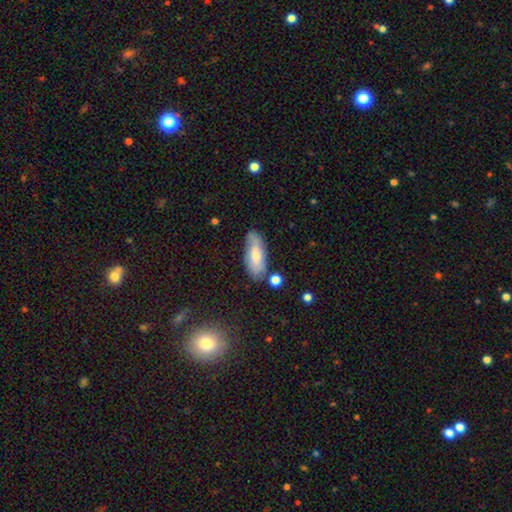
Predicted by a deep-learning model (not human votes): smooth-or-featured: smooth: 68% | featured or disk: 26% | star or artifact: 7%
  how-rounded: in between: 77% | cigar-shaped: 21% | round: 2%
  merging: none: 68% | minor disturbance: 20% | merger: 6% | major disturbance: 5%